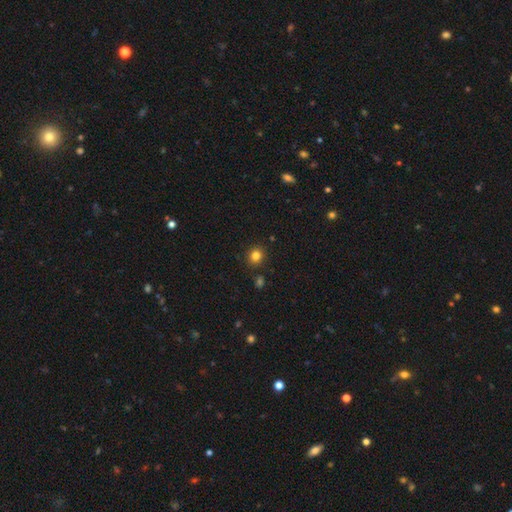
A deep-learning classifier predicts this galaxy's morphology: smooth_or_featured: smooth (p=0.82) [alt: star or artifact p=0.13]
how_rounded: round (p=0.82) [alt: in between p=0.17]
merging: none (p=0.87) [alt: minor disturbance p=0.08]